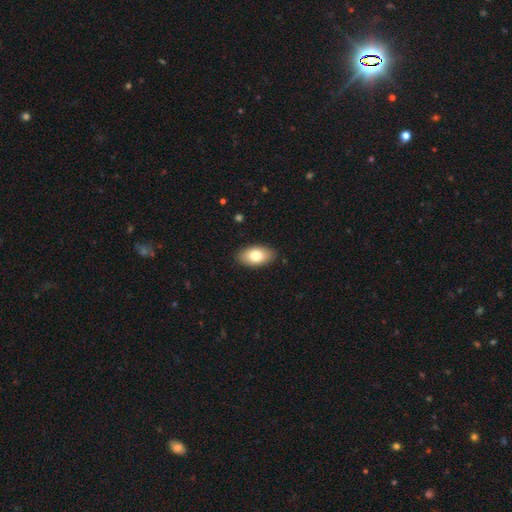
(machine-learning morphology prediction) The model was most divided on "smooth or featured": smooth: 79%, featured or disk: 14%, star or artifact: 7%. More confident: how rounded — in between (94%); merging — none (88%).